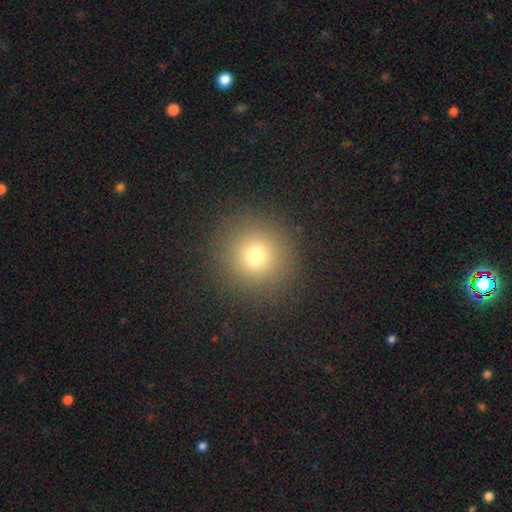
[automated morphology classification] Smooth or featured?
  - smooth: 73% *
  - star or artifact: 17%
  - featured or disk: 10%
How rounded?
  - round: 94% *
  - in between: 5%
  - cigar-shaped: 1%
Merging?
  - none: 90% *
  - minor disturbance: 6%
  - major disturbance: 3%
  - merger: 1%